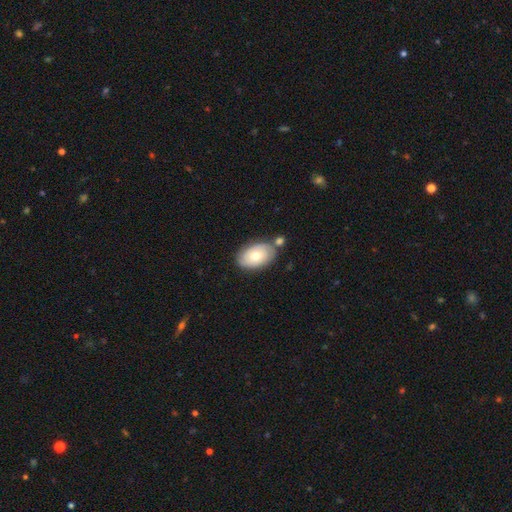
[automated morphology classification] This appears to be a smooth galaxy with no disk features (59%) that is in between round and cigar-shaped (90%). Merging: none (65%).